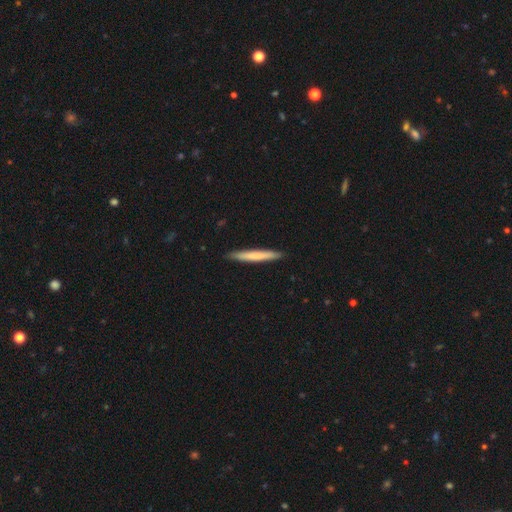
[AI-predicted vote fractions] The model was most divided on "smooth or featured": smooth: 69%, featured or disk: 26%, star or artifact: 5%. More confident: how rounded — cigar-shaped (96%); merging — none (91%).